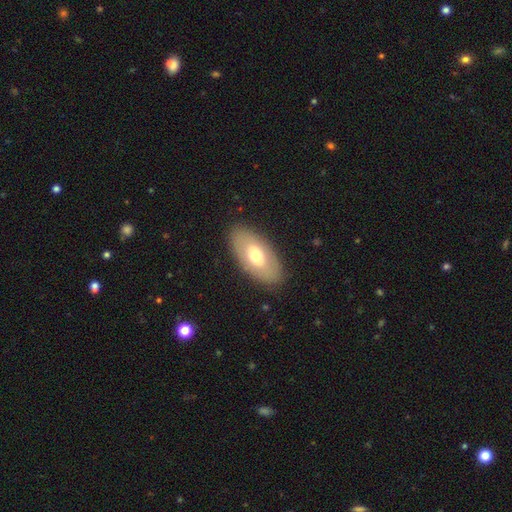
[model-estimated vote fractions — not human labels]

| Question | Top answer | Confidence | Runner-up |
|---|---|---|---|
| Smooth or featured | smooth | 60% | featured or disk (34%) |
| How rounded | in between | 92% | cigar-shaped (4%) |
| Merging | none | 85% | minor disturbance (10%) |